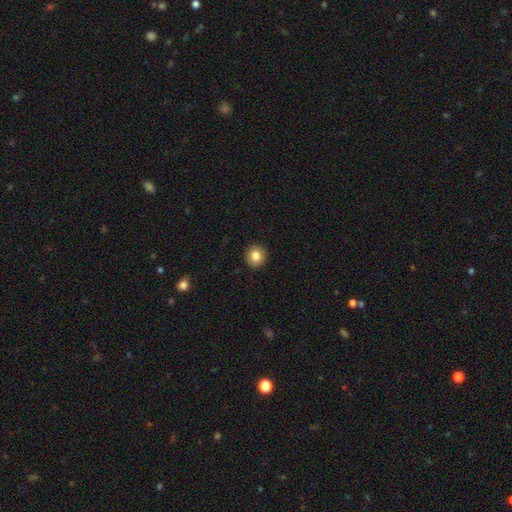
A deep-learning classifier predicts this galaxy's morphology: This appears to be a smooth galaxy with no disk features (83%) that is round (91%). Merging: none (93%).